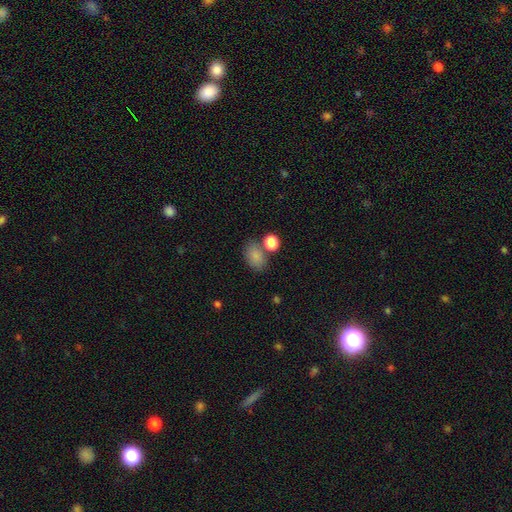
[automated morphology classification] This appears to be a smooth galaxy with no disk features (84%) that is in between round and cigar-shaped (81%). Merging: none (60%).